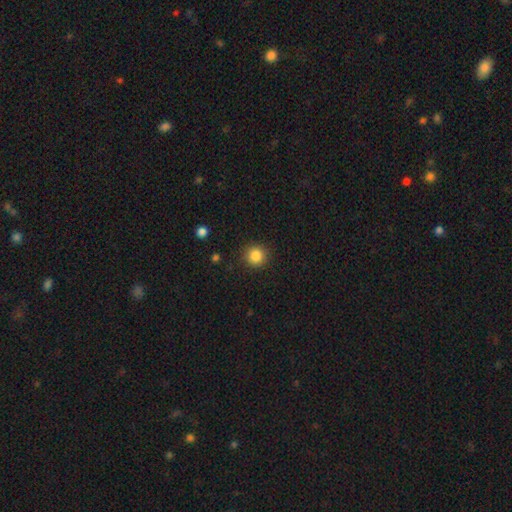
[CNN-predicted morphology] Q: Smooth or featured?
A: smooth (86%); runner-up: star or artifact (10%)
Q: How rounded?
A: round (93%); runner-up: in between (6%)
Q: Merging?
A: none (89%); runner-up: minor disturbance (7%)